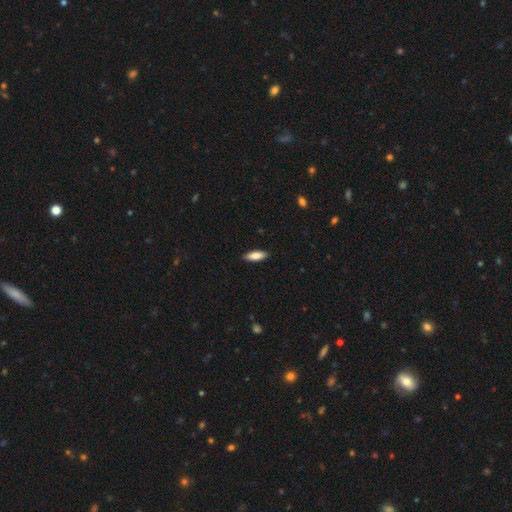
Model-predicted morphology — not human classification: A smooth galaxy with no disk features (81%) that is in between round and cigar-shaped (64%).

Vote fractions:
- Smooth or featured? smooth: 81% / featured or disk: 13% / star or artifact: 6%
- How rounded? in between: 64% / cigar-shaped: 35% / round: 2%
- Merging? none: 89% / minor disturbance: 8% / major disturbance: 2% / merger: 1%